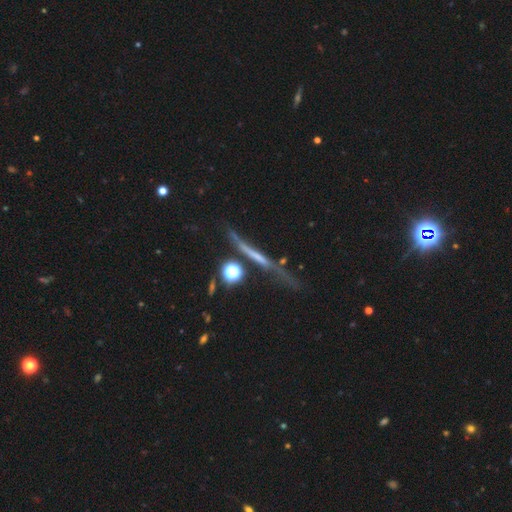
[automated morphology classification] type=featured or disk (56%); edge-on=yes (87%); merging=none (60%).